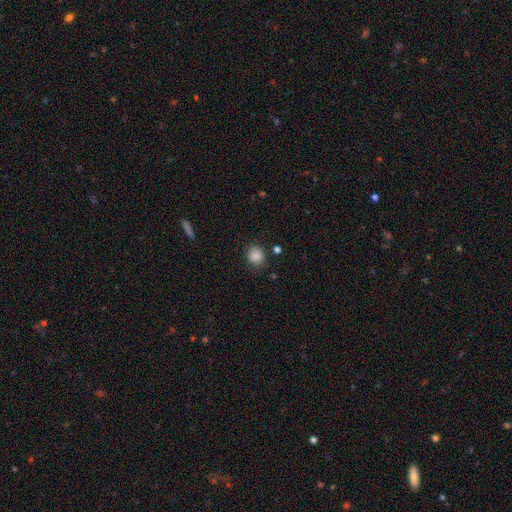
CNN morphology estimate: A smooth galaxy with no disk features (87%) that is round (79%).

Vote fractions:
- Smooth or featured? smooth: 87% / star or artifact: 10% / featured or disk: 4%
- How rounded? round: 79% / in between: 20% / cigar-shaped: 1%
- Merging? none: 84% / minor disturbance: 11% / major disturbance: 3% / merger: 2%